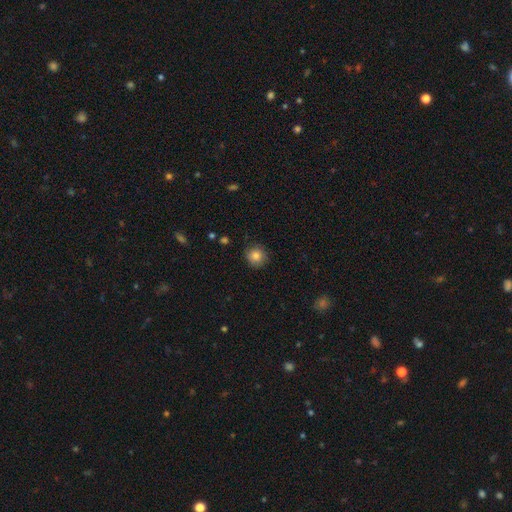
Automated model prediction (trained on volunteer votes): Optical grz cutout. It shows a smooth galaxy with no disk features (83%) that is round (92%). Merging: none (87%).